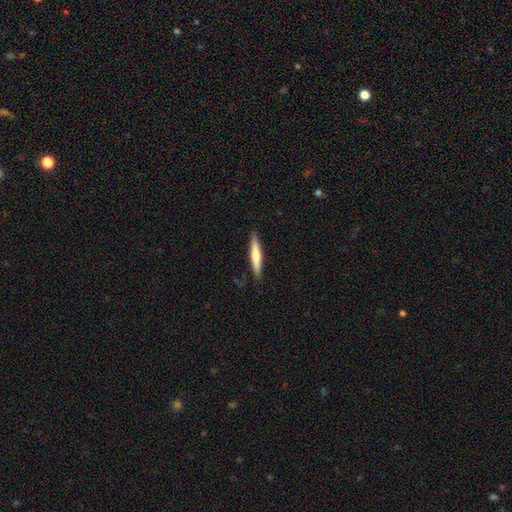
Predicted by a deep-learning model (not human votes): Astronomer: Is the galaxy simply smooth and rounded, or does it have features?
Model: smooth — 61%.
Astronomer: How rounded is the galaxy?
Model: cigar-shaped — 91%.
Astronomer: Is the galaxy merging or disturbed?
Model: none — 89%.